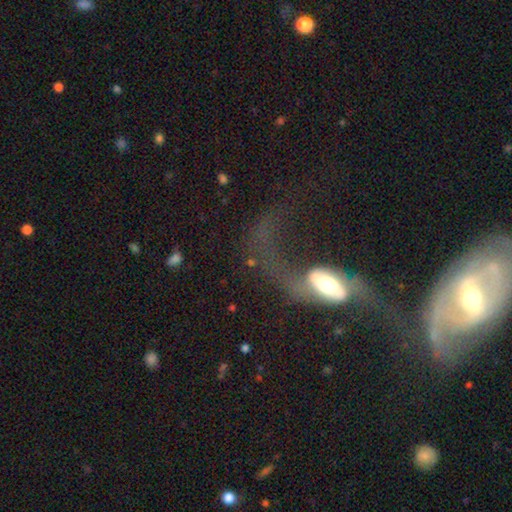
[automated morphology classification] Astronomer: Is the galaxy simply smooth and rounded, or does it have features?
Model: featured or disk — 66%.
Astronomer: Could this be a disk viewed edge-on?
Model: no — 90%.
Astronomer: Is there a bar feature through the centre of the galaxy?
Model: no — 51% (runner-up: weak, 31%).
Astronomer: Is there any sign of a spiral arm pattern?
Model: yes — 77%.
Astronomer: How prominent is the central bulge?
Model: moderate — 44% (runner-up: large, 32%).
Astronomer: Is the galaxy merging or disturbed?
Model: major disturbance — 46% (runner-up: none, 28%).